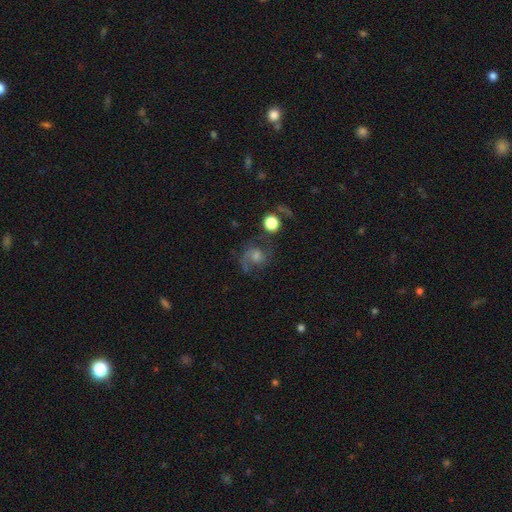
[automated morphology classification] A featured or disk galaxy (56%) with no bar (71%), spiral arms (86%) and a moderate central bulge (44%). Merging: none (56%).